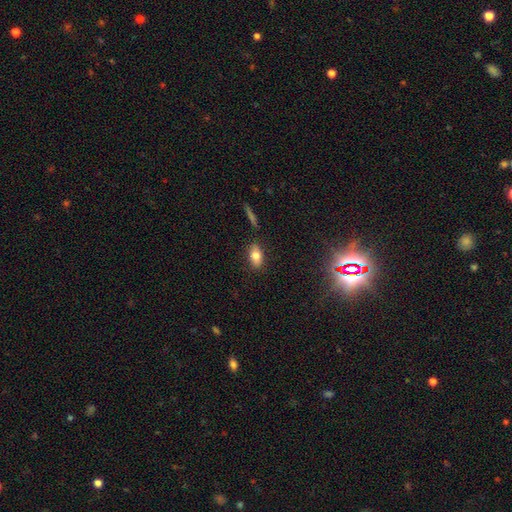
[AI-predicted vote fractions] smooth-or-featured: smooth: 77% | featured or disk: 15% | star or artifact: 9%
  how-rounded: in between: 86% | round: 7% | cigar-shaped: 7%
  merging: none: 84% | minor disturbance: 11% | merger: 3% | major disturbance: 2%